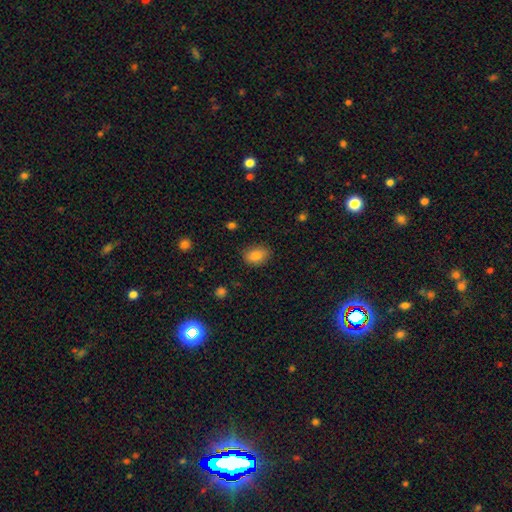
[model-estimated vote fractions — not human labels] Smooth or featured? smooth (83%)
How rounded? in between (72%)
Merging? none (83%)